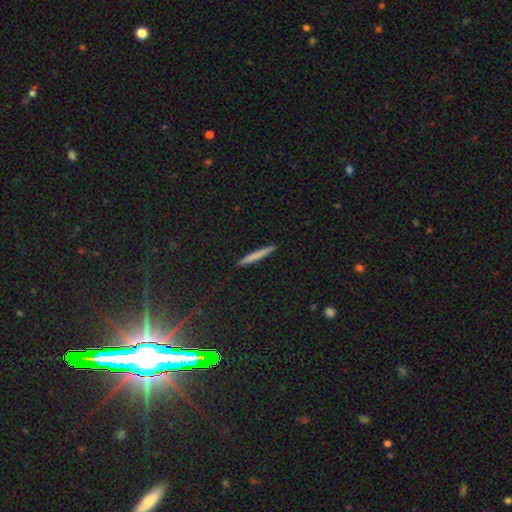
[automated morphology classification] type=smooth (72%); roundness=cigar-shaped (96%); merging=none (92%).